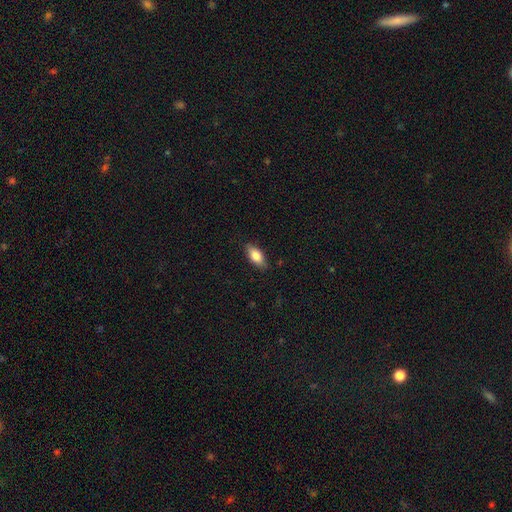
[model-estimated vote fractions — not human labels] A smooth galaxy with no disk features (80%) that is in between round and cigar-shaped (86%).

Vote fractions:
- Smooth or featured? smooth: 80% / featured or disk: 13% / star or artifact: 7%
- How rounded? in between: 86% / cigar-shaped: 11% / round: 3%
- Merging? none: 84% / minor disturbance: 12% / major disturbance: 2% / merger: 1%